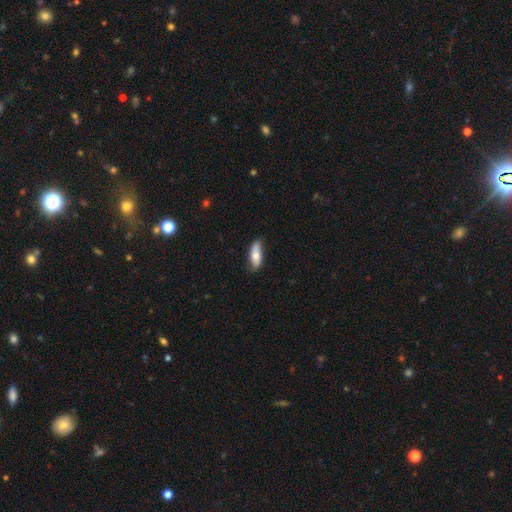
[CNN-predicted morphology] Q: Smooth or featured?
A: smooth (69%); runner-up: featured or disk (25%)
Q: How rounded?
A: in between (72%); runner-up: cigar-shaped (26%)
Q: Merging?
A: none (75%); runner-up: minor disturbance (21%)